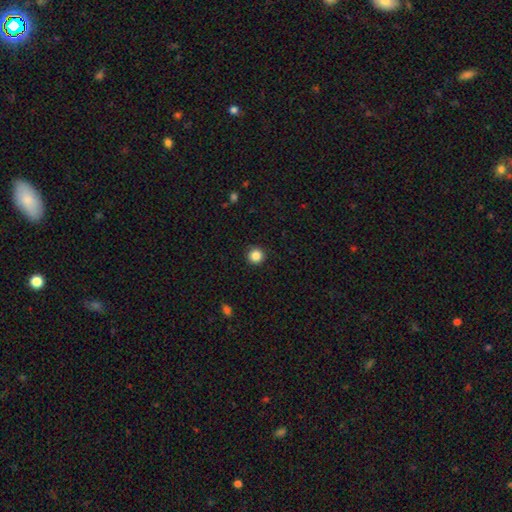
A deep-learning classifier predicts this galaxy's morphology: A smooth galaxy with no disk features (86%) that is round (95%). Merging: none (92%).